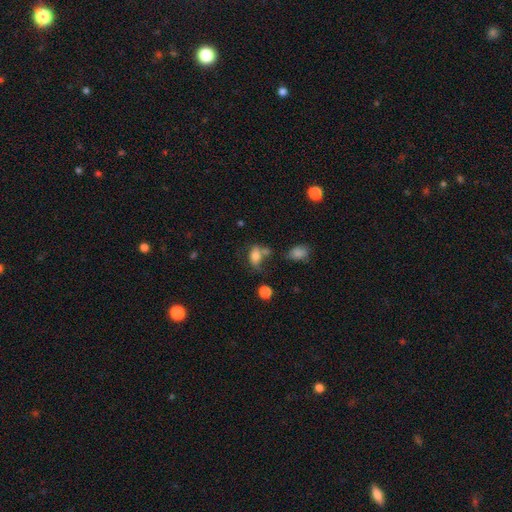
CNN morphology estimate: smooth-or-featured: smooth: 71% | featured or disk: 18% | star or artifact: 11%
  how-rounded: in between: 82% | round: 14% | cigar-shaped: 4%
  merging: none: 40% | minor disturbance: 23% | merger: 21% | major disturbance: 15%